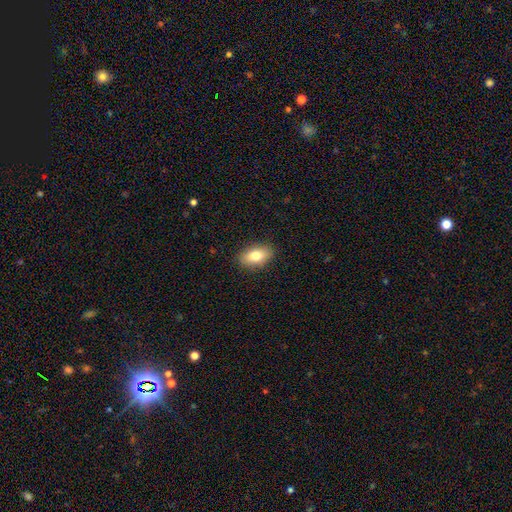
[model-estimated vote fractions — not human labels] Smooth or featured: smooth — 80% (featured or disk — 13%)
How rounded: in between — 89% (round — 8%)
Merging: none — 88% (minor disturbance — 9%)